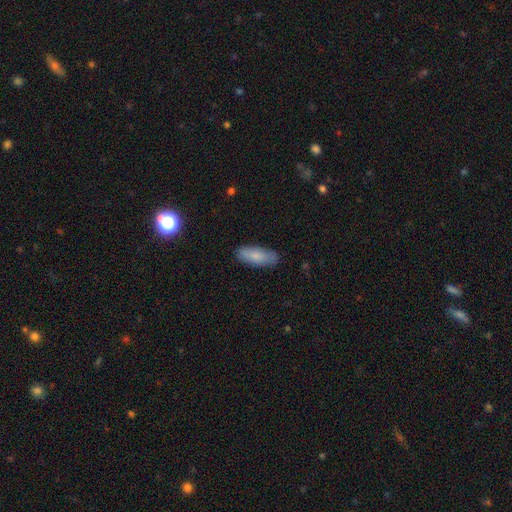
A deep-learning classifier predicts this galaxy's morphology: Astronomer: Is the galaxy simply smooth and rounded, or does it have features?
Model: smooth — 79%.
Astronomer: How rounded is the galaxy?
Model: in between — 74%.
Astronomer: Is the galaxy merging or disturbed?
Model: none — 83%.